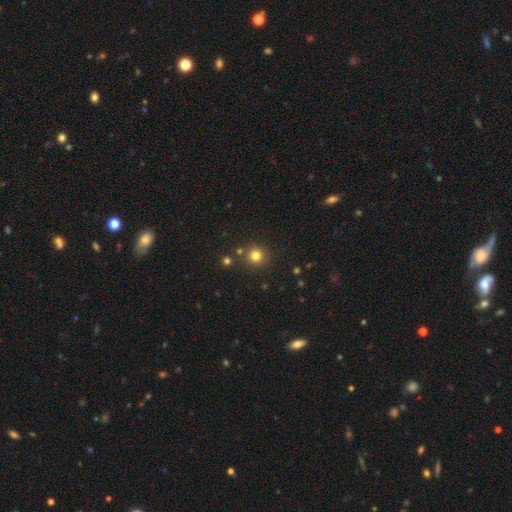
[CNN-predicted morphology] Smooth or featured? smooth (79%)
How rounded? round (94%)
Merging? none (85%)